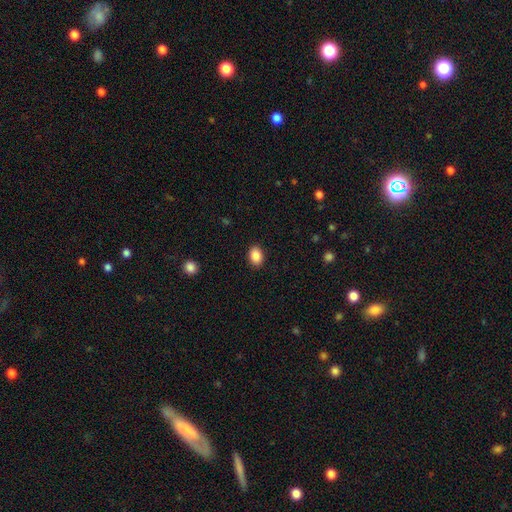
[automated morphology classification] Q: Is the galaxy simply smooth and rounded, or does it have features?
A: smooth — 89%.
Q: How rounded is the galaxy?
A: in between — 73%.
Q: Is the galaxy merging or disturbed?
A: none — 89%.